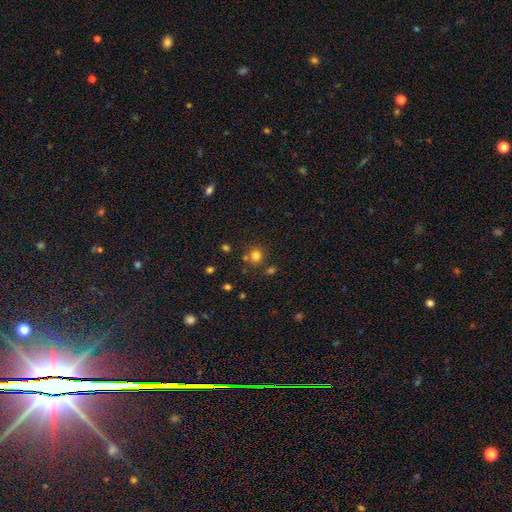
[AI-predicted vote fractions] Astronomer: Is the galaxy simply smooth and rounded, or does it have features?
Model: smooth — 78%.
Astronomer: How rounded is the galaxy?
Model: round — 88%.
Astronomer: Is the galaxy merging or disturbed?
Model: none — 74%.